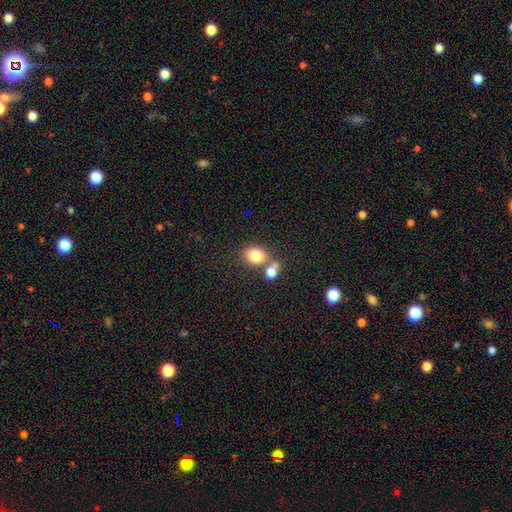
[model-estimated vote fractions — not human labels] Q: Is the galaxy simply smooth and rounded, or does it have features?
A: smooth — 81%.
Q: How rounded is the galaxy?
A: in between — 53%.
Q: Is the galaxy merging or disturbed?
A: none — 51%.